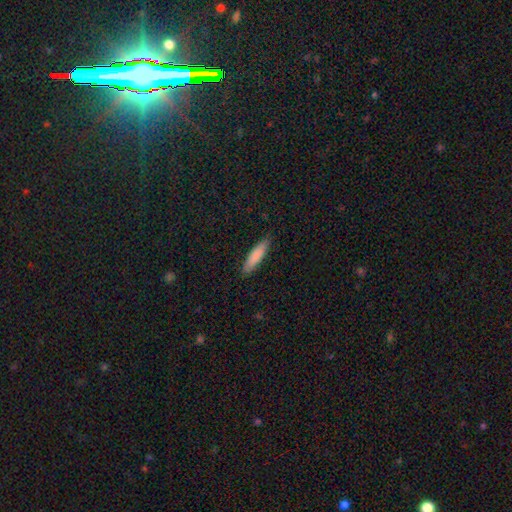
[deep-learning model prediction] smooth_or_featured: smooth (p=0.85) [alt: featured or disk p=0.10]
how_rounded: cigar-shaped (p=0.75) [alt: in between p=0.24]
merging: none (p=0.87) [alt: minor disturbance p=0.10]